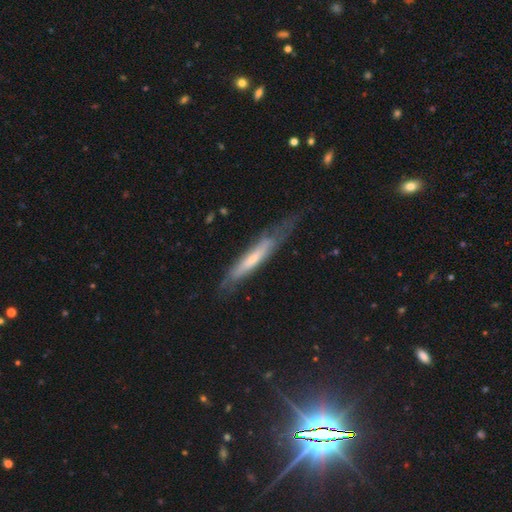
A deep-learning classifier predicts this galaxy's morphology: A featured or disk galaxy (58%) viewed edge-on (73%).

Vote fractions:
- Smooth or featured? featured or disk: 58% / smooth: 32% / star or artifact: 10%
- Edge-on disk? yes: 73% / no: 27%
- Merging? none: 64% / minor disturbance: 25% / major disturbance: 9% / merger: 2%